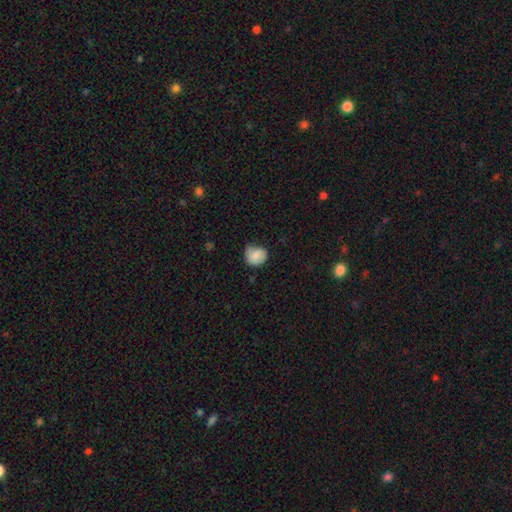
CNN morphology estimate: smooth_or_featured: smooth (p=0.81) [alt: featured or disk p=0.12]
how_rounded: round (p=0.79) [alt: in between p=0.20]
merging: none (p=0.61) [alt: minor disturbance p=0.31]